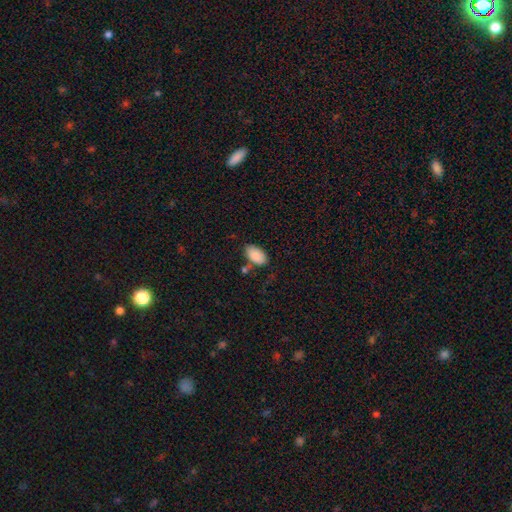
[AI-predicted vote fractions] smooth_or_featured: smooth (p=0.87) [alt: star or artifact p=0.07]
how_rounded: in between (p=0.94) [alt: round p=0.04]
merging: none (p=0.67) [alt: minor disturbance p=0.18]